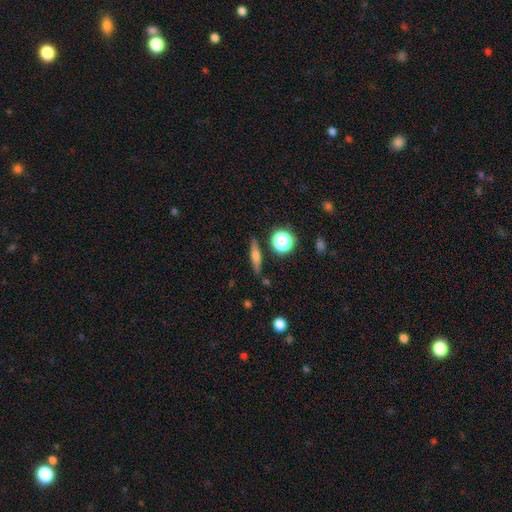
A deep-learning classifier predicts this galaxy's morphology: Smooth or featured? smooth (52%)
How rounded? cigar-shaped (69%)
Merging? none (85%)